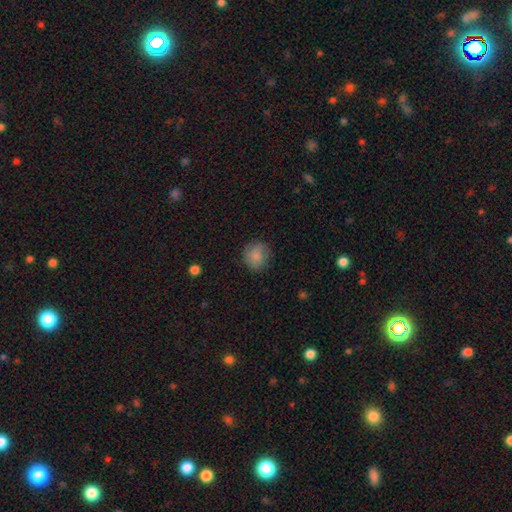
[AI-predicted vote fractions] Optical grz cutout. It shows a smooth galaxy with no disk features (82%) that is round (84%). Merging: none (81%).